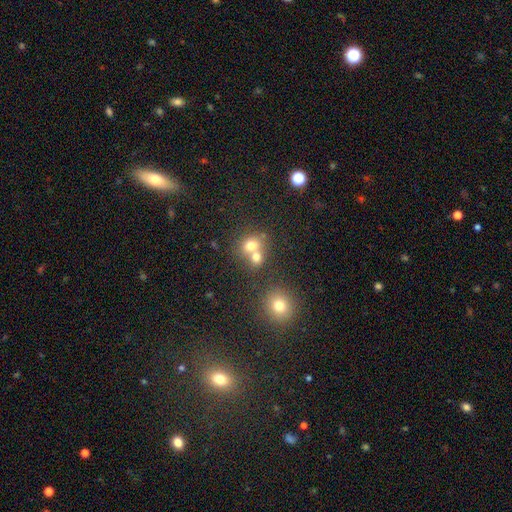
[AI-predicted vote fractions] This is likely a smooth galaxy (66%). How rounded: likely round (75%). Merging: marginally merger (45%).